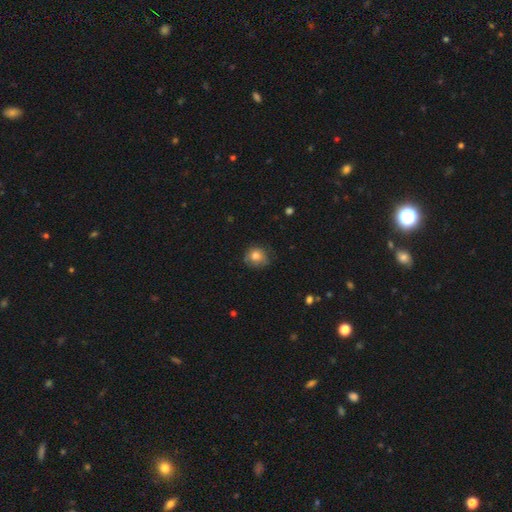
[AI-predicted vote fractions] Smooth or featured? Predicted: smooth (p=0.78). How rounded? Predicted: round (p=0.79). Merging? Predicted: none (p=0.67).